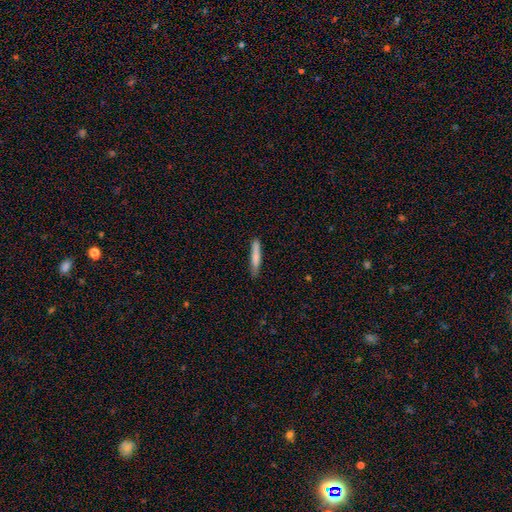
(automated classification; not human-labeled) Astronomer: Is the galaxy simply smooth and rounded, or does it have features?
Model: smooth — 79%.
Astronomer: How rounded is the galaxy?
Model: cigar-shaped — 90%.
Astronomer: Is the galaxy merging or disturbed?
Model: none — 83%.